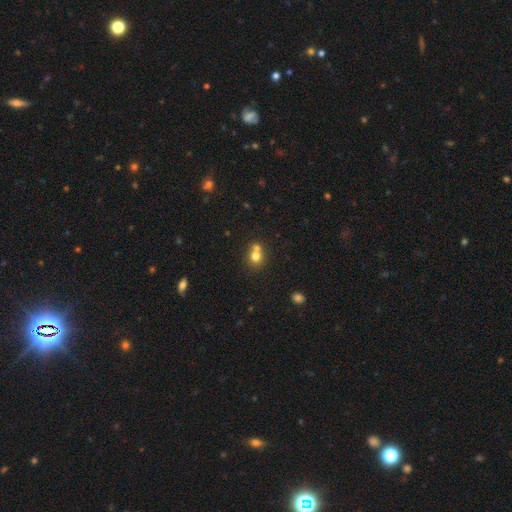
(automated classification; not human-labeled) This appears to be a smooth galaxy with no disk features (75%) that is round (79%). Merging: merger (49%).